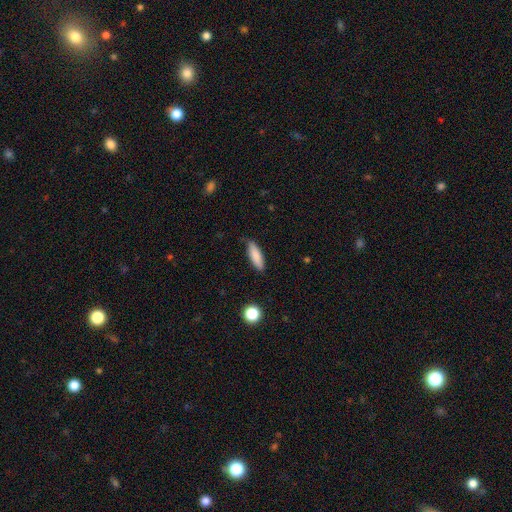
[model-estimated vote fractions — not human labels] The model was most divided on "how rounded": cigar-shaped: 51%, in between: 47%, round: 2%. More confident: smooth or featured — smooth (85%); merging — none (77%).